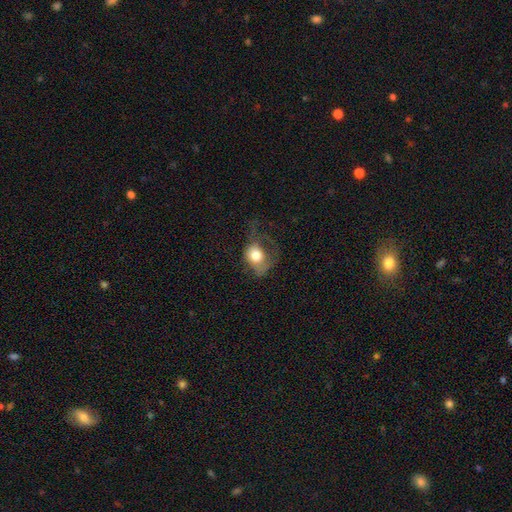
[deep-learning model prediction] Q: Smooth or featured?
A: smooth (65%); runner-up: featured or disk (27%)
Q: How rounded?
A: round (53%); runner-up: in between (45%)
Q: Merging?
A: major disturbance (52%); runner-up: minor disturbance (23%)